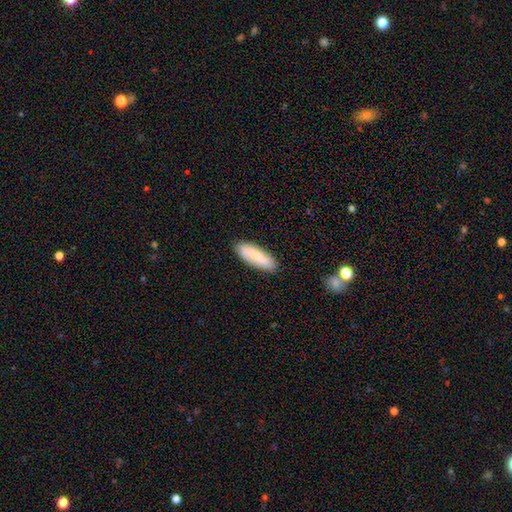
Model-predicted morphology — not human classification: Q: Smooth or featured?
A: smooth (67%); runner-up: featured or disk (26%)
Q: How rounded?
A: in between (56%); runner-up: cigar-shaped (42%)
Q: Merging?
A: none (84%); runner-up: minor disturbance (12%)